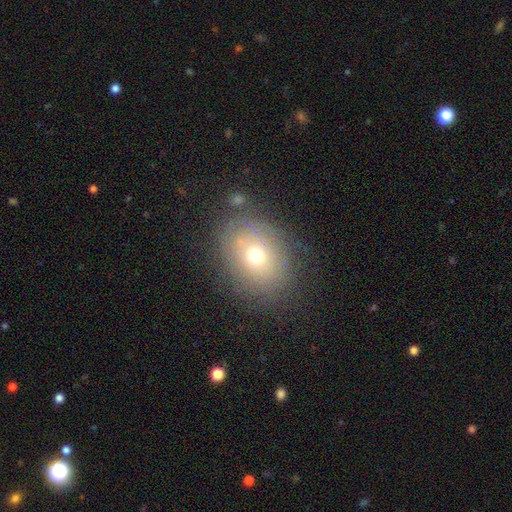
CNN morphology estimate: type=smooth (59%); roundness=in between (63%); merging=none (75%).